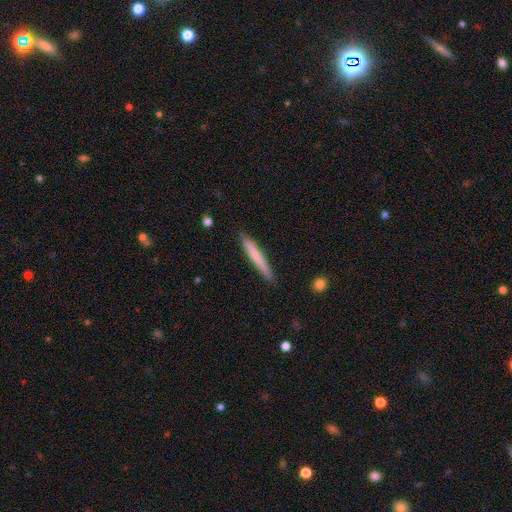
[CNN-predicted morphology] The model was most divided on "smooth or featured": smooth: 66%, featured or disk: 28%, star or artifact: 5%. More confident: how rounded — cigar-shaped (96%); merging — none (89%).